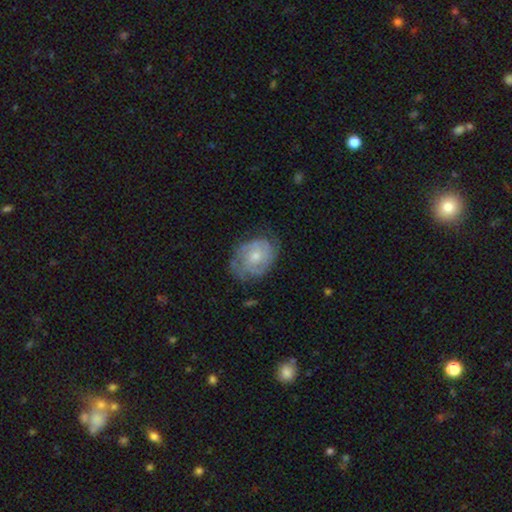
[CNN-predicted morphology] Q: Smooth or featured?
A: featured or disk (73%); runner-up: smooth (21%)
Q: Edge-on disk?
A: no (97%); runner-up: yes (3%)
Q: Bar?
A: no (75%); runner-up: weak (22%)
Q: Spiral arms?
A: yes (87%); runner-up: no (13%)
Q: Spiral winding?
A: tight (61%); runner-up: medium (30%)
Q: Spiral arm count?
A: can't tell (37%); runner-up: 2 (34%)
Q: Bulge size?
A: small (50%); runner-up: moderate (44%)
Q: Merging?
A: none (62%); runner-up: minor disturbance (26%)